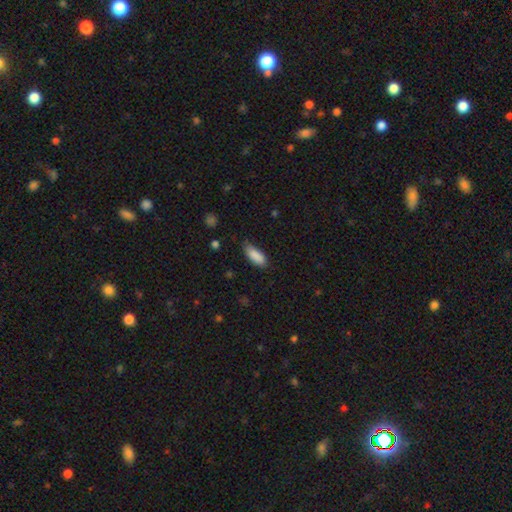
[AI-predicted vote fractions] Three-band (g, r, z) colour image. It shows a smooth galaxy with no disk features (88%) that is in between round and cigar-shaped (77%). Merging: none (73%).